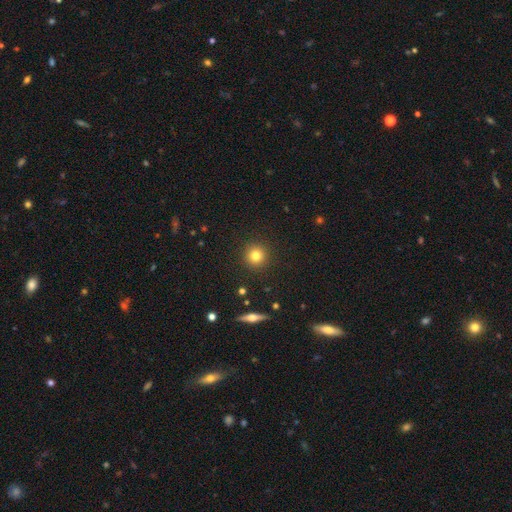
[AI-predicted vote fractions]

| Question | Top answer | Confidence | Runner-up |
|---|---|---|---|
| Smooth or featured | smooth | 79% | star or artifact (12%) |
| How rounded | round | 95% | in between (4%) |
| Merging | none | 92% | minor disturbance (5%) |